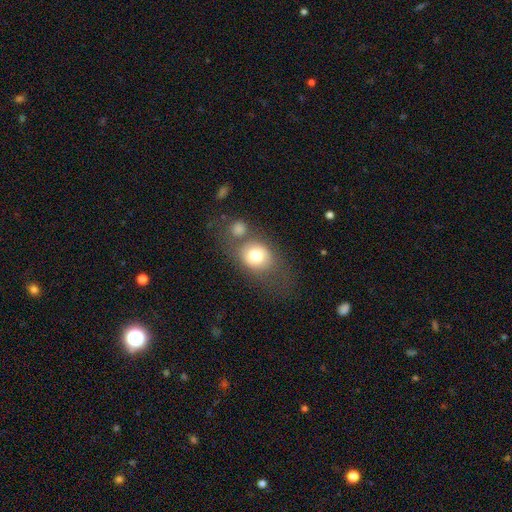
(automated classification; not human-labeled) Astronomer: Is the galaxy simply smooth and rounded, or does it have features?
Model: smooth — 72%.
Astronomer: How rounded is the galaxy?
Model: round — 51% (runner-up: in between, 48%).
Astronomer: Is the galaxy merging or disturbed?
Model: none — 47% (runner-up: merger, 25%).